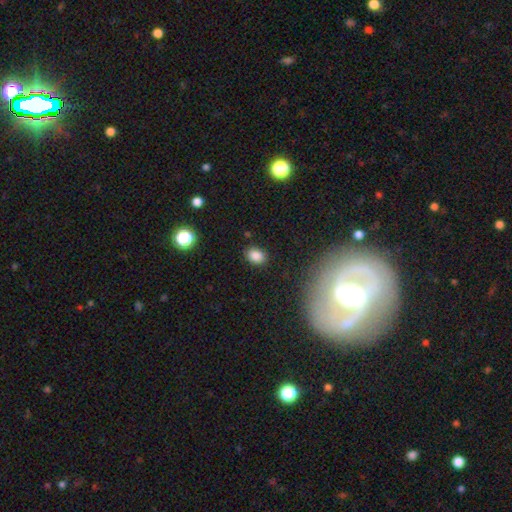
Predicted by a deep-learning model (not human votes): smooth-or-featured: smooth: 85% | star or artifact: 10% | featured or disk: 4%
  how-rounded: in between: 71% | round: 28% | cigar-shaped: 1%
  merging: none: 85% | minor disturbance: 10% | major disturbance: 3% | merger: 2%